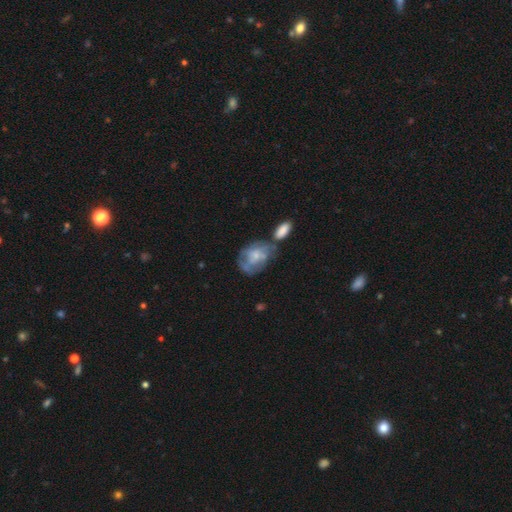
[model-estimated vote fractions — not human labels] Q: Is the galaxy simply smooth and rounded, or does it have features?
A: featured or disk — 52%.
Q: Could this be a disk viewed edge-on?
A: no — 96%.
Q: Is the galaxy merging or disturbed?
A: none — 34%.